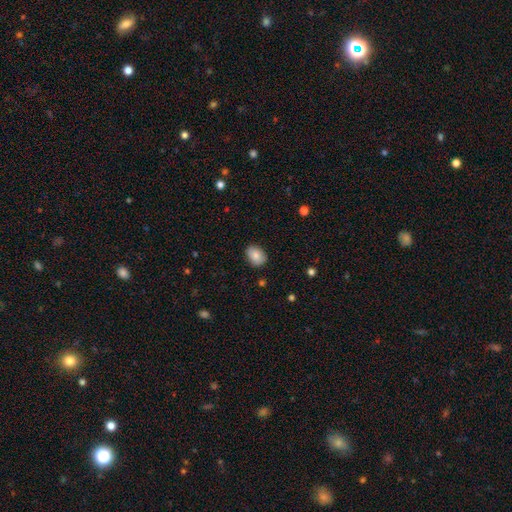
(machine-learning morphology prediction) A smooth galaxy with no disk features (84%) that is in between round and cigar-shaped (72%).

Vote fractions:
- Smooth or featured? smooth: 84% / featured or disk: 9% / star or artifact: 7%
- How rounded? in between: 72% / round: 27% / cigar-shaped: 1%
- Merging? none: 84% / minor disturbance: 12% / major disturbance: 2% / merger: 1%